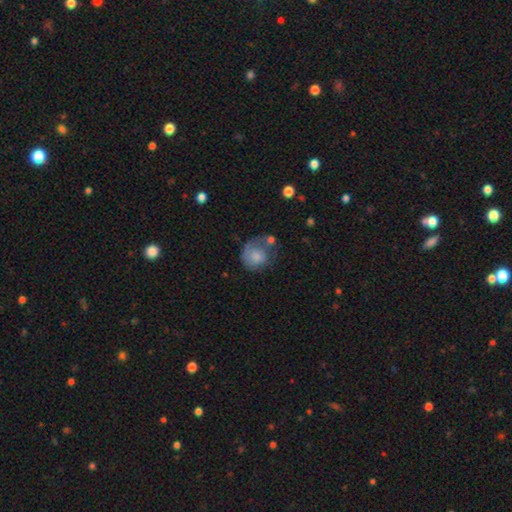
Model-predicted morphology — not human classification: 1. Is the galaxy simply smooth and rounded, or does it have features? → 65% smooth, 28% featured or disk, 7% star or artifact.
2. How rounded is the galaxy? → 76% round, 23% in between, 1% cigar-shaped.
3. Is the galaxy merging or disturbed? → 36% none, 28% major disturbance, 24% minor disturbance, 11% merger.